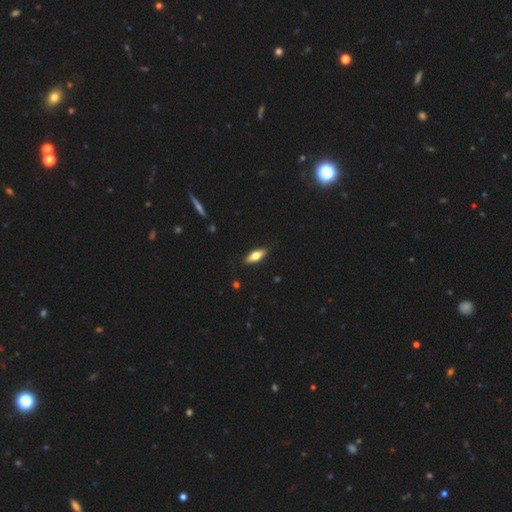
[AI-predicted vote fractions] This appears to be a smooth galaxy with no disk features (63%) that is in between round and cigar-shaped (62%). Merging: none (89%).